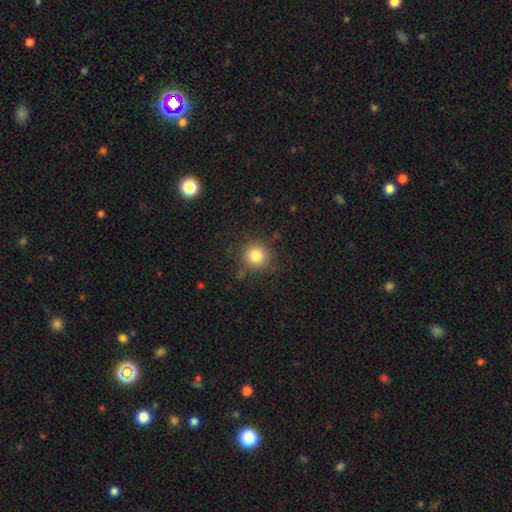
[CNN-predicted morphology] This is clearly a smooth galaxy (82%). How rounded: clearly round (93%). Merging: clearly none (85%).